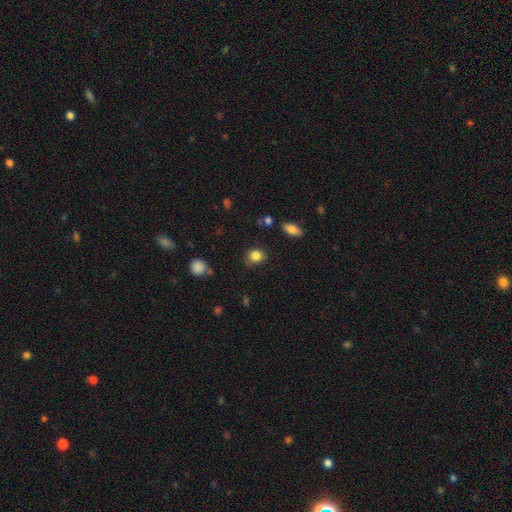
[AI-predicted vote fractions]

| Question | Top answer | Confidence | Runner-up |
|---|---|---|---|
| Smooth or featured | smooth | 85% | star or artifact (10%) |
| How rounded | round | 68% | in between (31%) |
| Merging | none | 75% | minor disturbance (19%) |